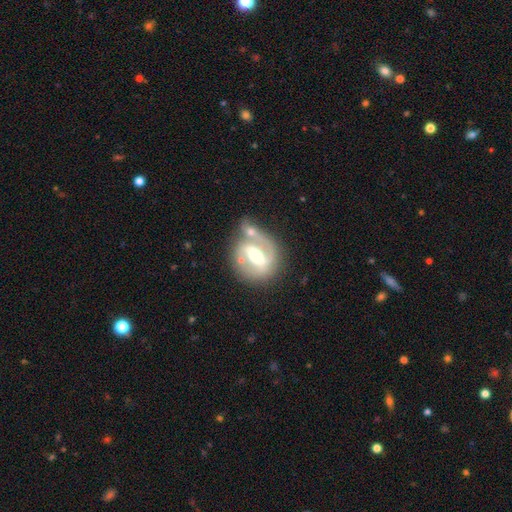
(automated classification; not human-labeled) featured or disk 78%, smooth 16%, star or artifact 6%. Down the decision tree: edge-on disk — no (95%); bar — strong (51%); spiral arms — yes (78%); spiral arm count — 2 (74%); spiral winding — medium (45%); bulge size — moderate (66%); merging — none (46%).